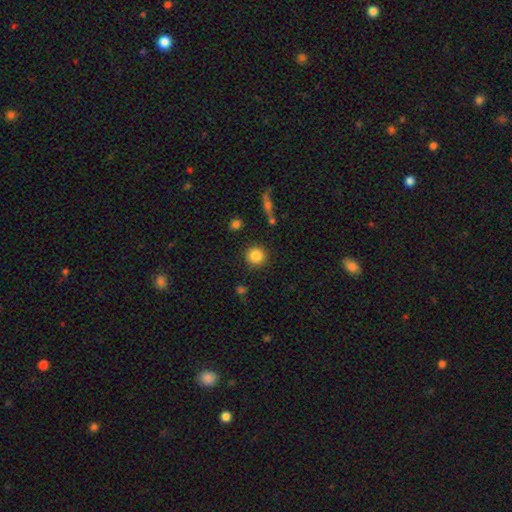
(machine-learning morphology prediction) This is clearly a smooth galaxy (85%). How rounded: clearly round (93%). Merging: clearly none (88%).